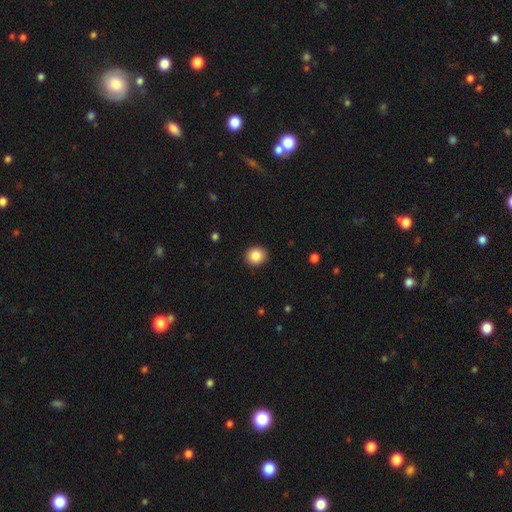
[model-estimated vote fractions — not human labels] Smooth or featured? Predicted: smooth (p=0.86). How rounded? Predicted: round (p=0.87). Merging? Predicted: none (p=0.92).